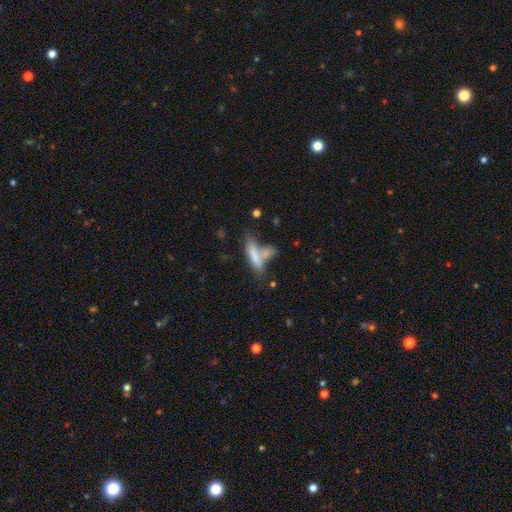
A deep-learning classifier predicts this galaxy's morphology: smooth_or_featured: smooth (p=0.67) [alt: featured or disk p=0.25]
how_rounded: cigar-shaped (p=0.65) [alt: in between p=0.33]
merging: merger (p=0.41) [alt: none p=0.34]